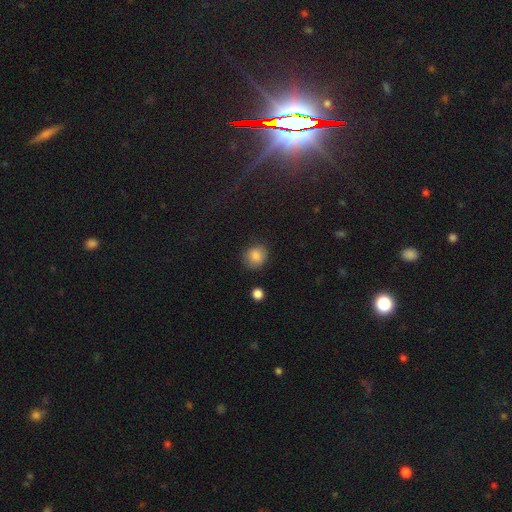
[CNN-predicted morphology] Smooth or featured? Predicted: smooth (p=0.85). How rounded? Predicted: round (p=0.76). Merging? Predicted: none (p=0.82).